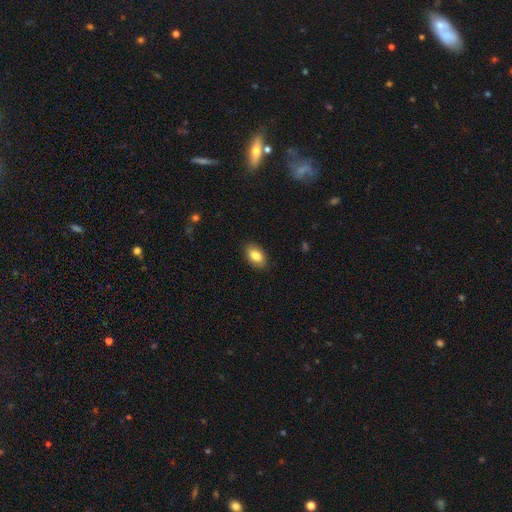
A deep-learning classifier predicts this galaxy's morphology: Smooth or featured? smooth (83%)
How rounded? in between (92%)
Merging? none (88%)